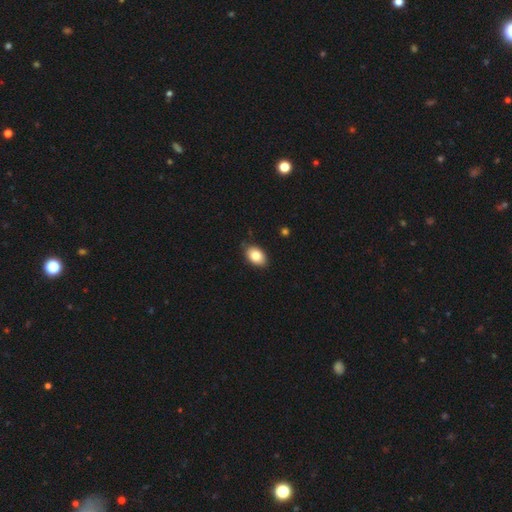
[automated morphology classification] smooth-or-featured: smooth: 84% | featured or disk: 9% | star or artifact: 7%
  how-rounded: in between: 87% | round: 11% | cigar-shaped: 1%
  merging: none: 86% | minor disturbance: 11% | major disturbance: 2% | merger: 1%